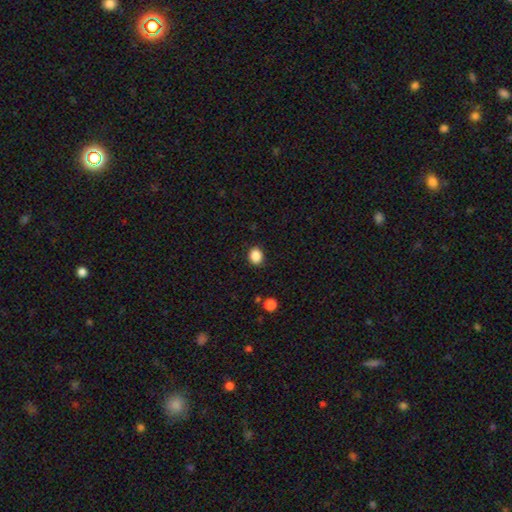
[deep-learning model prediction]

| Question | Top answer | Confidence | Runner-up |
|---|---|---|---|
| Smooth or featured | smooth | 87% | star or artifact (10%) |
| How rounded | round | 66% | in between (33%) |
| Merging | none | 89% | minor disturbance (8%) |